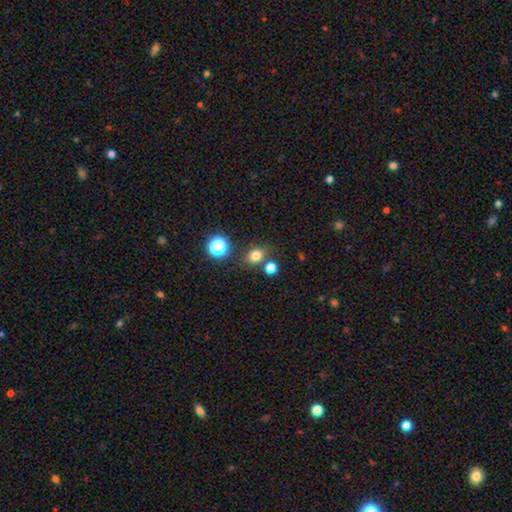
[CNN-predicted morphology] A smooth galaxy with no disk features (77%) that is round (64%). Merging: none (72%).